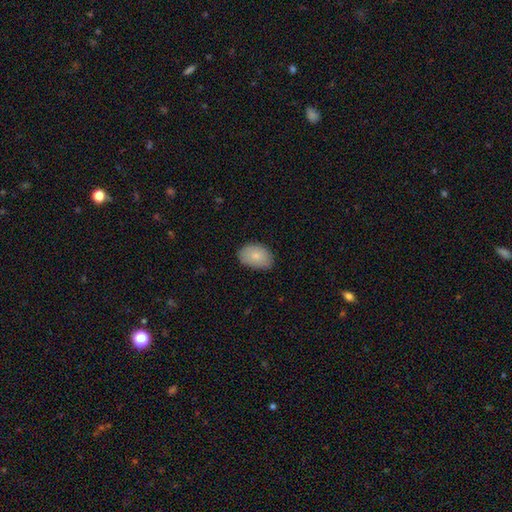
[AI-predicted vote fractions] Smooth or featured?
  - smooth: 81% *
  - featured or disk: 12%
  - star or artifact: 7%
How rounded?
  - in between: 83% *
  - round: 16%
  - cigar-shaped: 1%
Merging?
  - none: 79% *
  - minor disturbance: 17%
  - major disturbance: 3%
  - merger: 1%